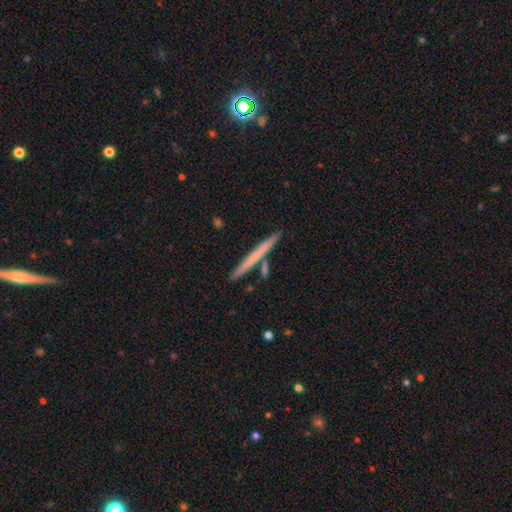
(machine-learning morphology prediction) smooth 56%, featured or disk 38%, star or artifact 6%. Down the decision tree: how rounded — cigar-shaped (97%); merging — none (86%).